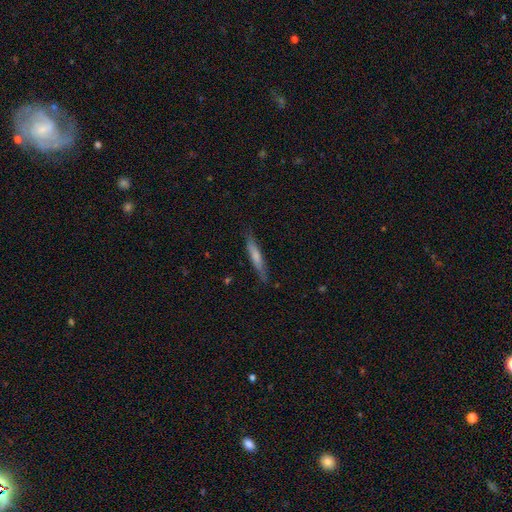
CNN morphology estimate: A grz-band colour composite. It shows a smooth galaxy with no disk features (62%) that is cigar-shaped (93%). Merging: none (83%).